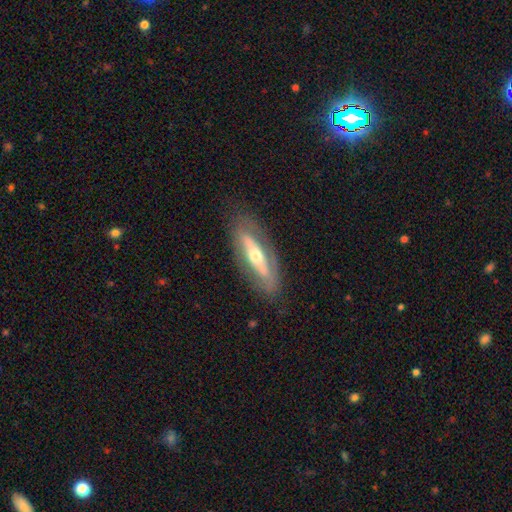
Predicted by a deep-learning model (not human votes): Q: Smooth or featured?
A: featured or disk (66%); runner-up: smooth (28%)
Q: Edge-on disk?
A: no (63%); runner-up: yes (37%)
Q: Merging?
A: none (78%); runner-up: minor disturbance (14%)